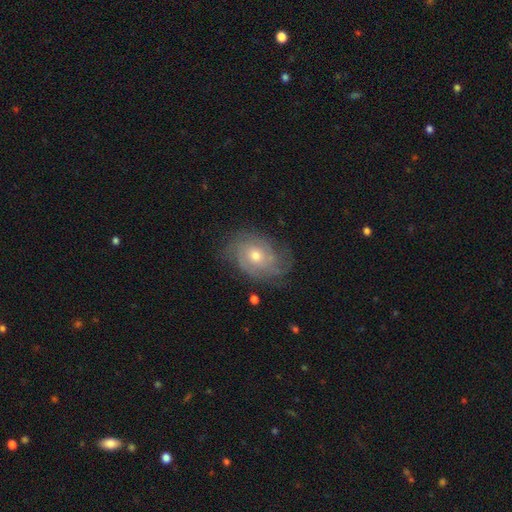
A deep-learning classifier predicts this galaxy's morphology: Smooth or featured? featured or disk (78%)
Edge-on disk? no (96%)
Bar? no (79%)
Spiral arms? yes (91%)
Spiral winding? tight (61%)
Spiral arm count? can't tell (41%)
Bulge size? moderate (62%)
Merging? none (72%)